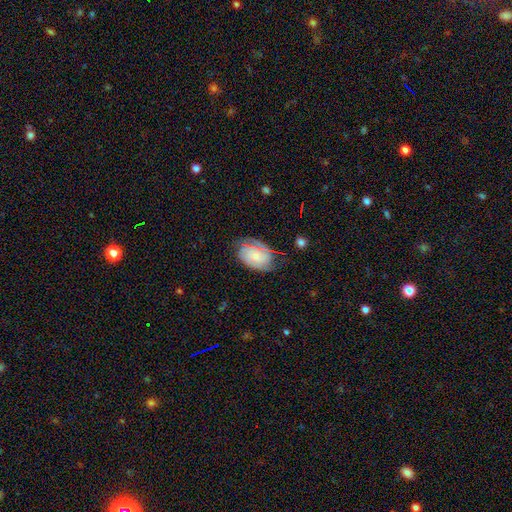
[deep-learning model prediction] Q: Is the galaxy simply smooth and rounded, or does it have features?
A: featured or disk — 53%.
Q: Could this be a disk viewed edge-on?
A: no — 96%.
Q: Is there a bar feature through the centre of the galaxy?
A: no — 76%.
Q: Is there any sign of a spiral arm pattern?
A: yes — 84%.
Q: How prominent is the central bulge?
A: small — 68%.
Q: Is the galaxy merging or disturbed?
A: none — 60%.